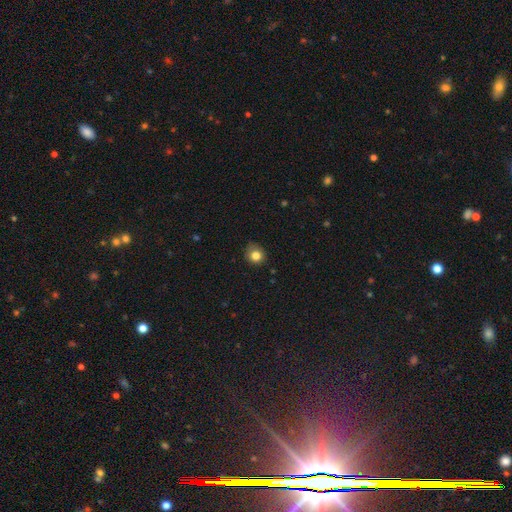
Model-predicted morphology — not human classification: A smooth galaxy with no disk features (81%) that is round (75%).

Vote fractions:
- Smooth or featured? smooth: 81% / star or artifact: 11% / featured or disk: 8%
- How rounded? round: 75% / in between: 24% / cigar-shaped: 1%
- Merging? none: 72% / minor disturbance: 22% / major disturbance: 5% / merger: 1%